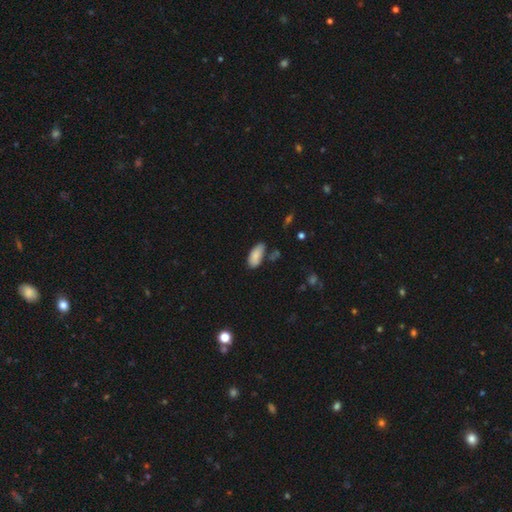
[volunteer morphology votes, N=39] Overall: smooth (85%). How rounded: in between (100%). Merging: none (71%).